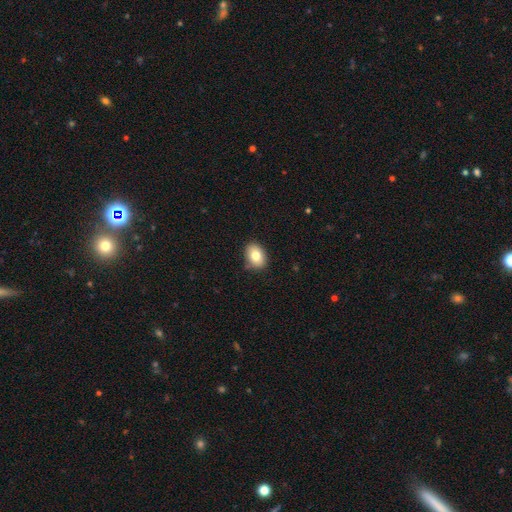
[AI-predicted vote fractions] Overall: smooth (80%). How rounded: in between (74%). Merging: none (83%).